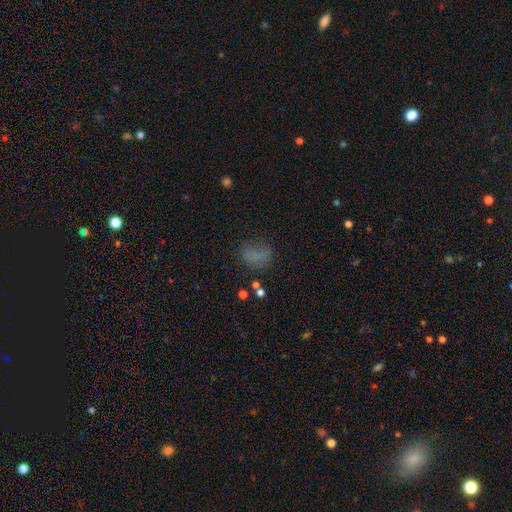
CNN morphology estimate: Smooth or featured: smooth — 67% (star or artifact — 20%)
How rounded: in between — 67% (round — 30%)
Merging: none — 55% (minor disturbance — 23%)